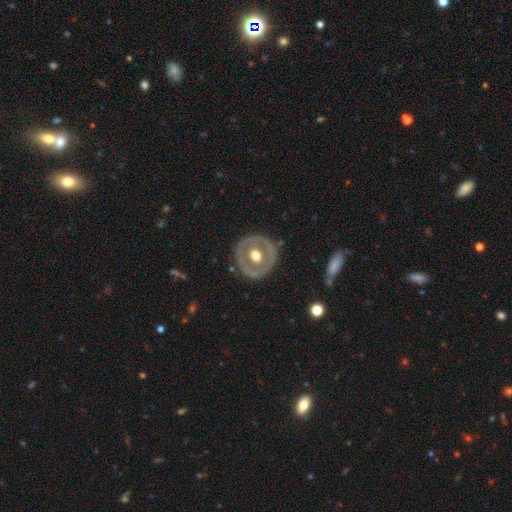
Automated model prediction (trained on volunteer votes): smooth_or_featured: featured or disk (p=0.58) [alt: smooth p=0.37]
disk_edge_on: no (p=0.93) [alt: yes p=0.07]
bar: no (p=0.84) [alt: weak p=0.11]
has_spiral_arms: no (p=0.92) [alt: yes p=0.08]
bulge_size: moderate (p=0.71) [alt: large p=0.22]
merging: none (p=0.84) [alt: minor disturbance p=0.11]